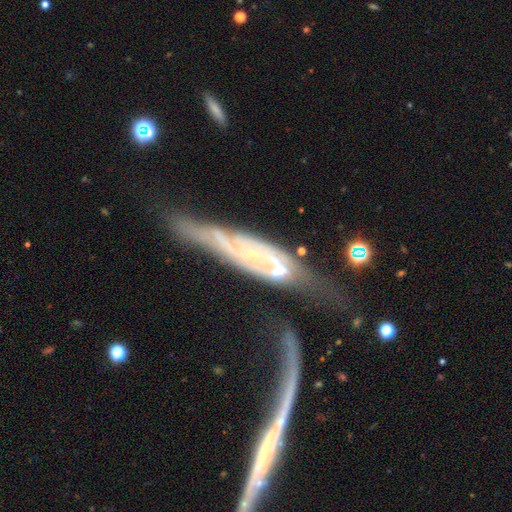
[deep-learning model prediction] Smooth or featured? Predicted: featured or disk (p=0.76). Edge-on disk? Predicted: no (p=0.54). Merging? Predicted: none (p=0.32).